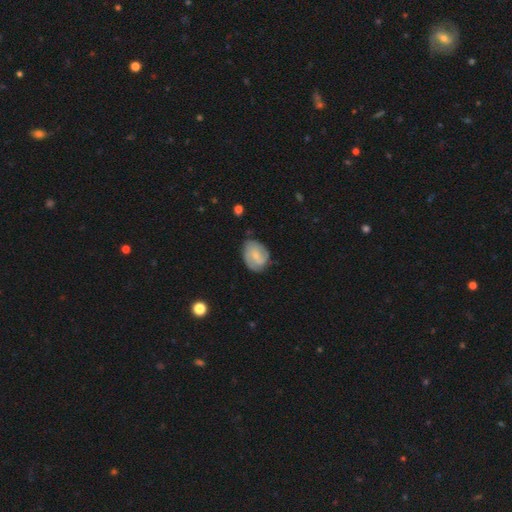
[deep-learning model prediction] Smooth or featured? Predicted: featured or disk (p=0.60). Edge-on disk? Predicted: no (p=0.97). Bar? Predicted: weak (p=0.46). Spiral arms? Predicted: yes (p=0.87). Spiral winding? Predicted: tight (p=0.42). Spiral arm count? Predicted: 2 (p=0.57). Bulge size? Predicted: small (p=0.65). Merging? Predicted: none (p=0.67).